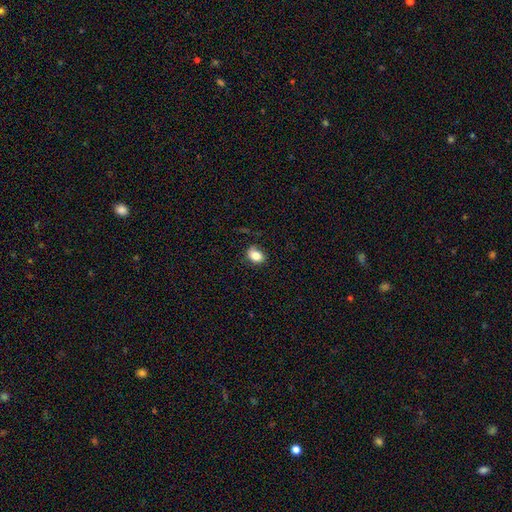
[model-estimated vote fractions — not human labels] Smooth or featured: smooth — 81% (star or artifact — 10%)
How rounded: in between — 64% (round — 35%)
Merging: none — 75% (minor disturbance — 19%)